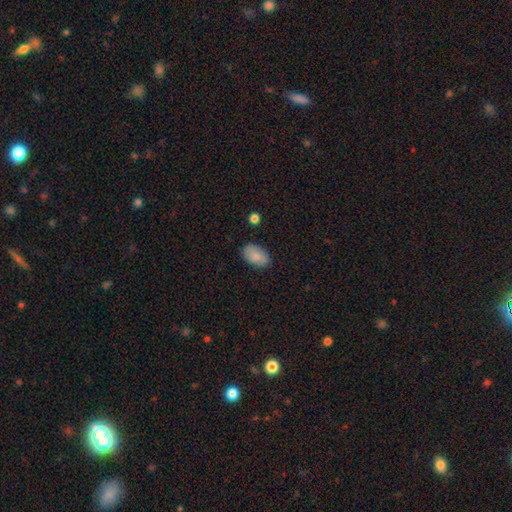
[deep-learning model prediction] This is clearly a smooth galaxy (85%). How rounded: clearly in between (92%). Merging: clearly none (83%).